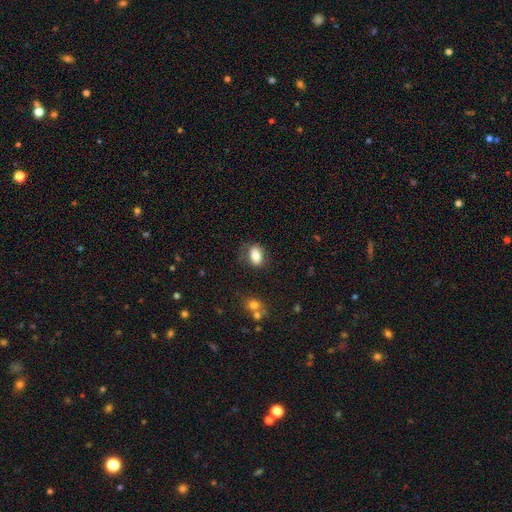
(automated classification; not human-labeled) A smooth galaxy with no disk features (81%) that is in between round and cigar-shaped (80%).

Vote fractions:
- Smooth or featured? smooth: 81% / featured or disk: 10% / star or artifact: 8%
- How rounded? in between: 80% / round: 18% / cigar-shaped: 2%
- Merging? none: 70% / minor disturbance: 20% / major disturbance: 7% / merger: 3%